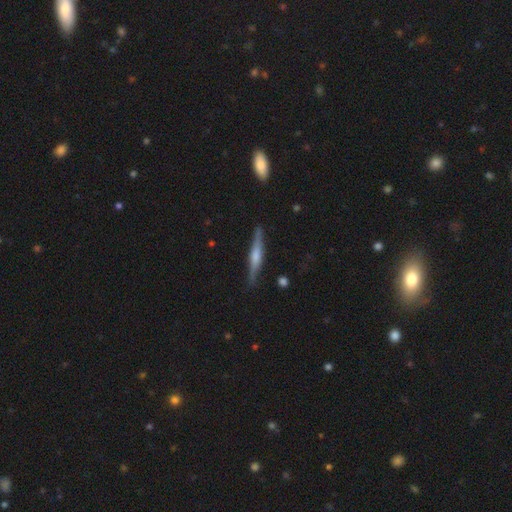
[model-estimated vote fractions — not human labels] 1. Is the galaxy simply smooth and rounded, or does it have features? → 66% featured or disk, 29% smooth, 6% star or artifact.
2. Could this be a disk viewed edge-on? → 97% yes, 3% no.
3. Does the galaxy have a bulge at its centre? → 68% rounded, 18% boxy, 13% none.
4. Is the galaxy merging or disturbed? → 87% none, 9% minor disturbance, 2% major disturbance, 1% merger.